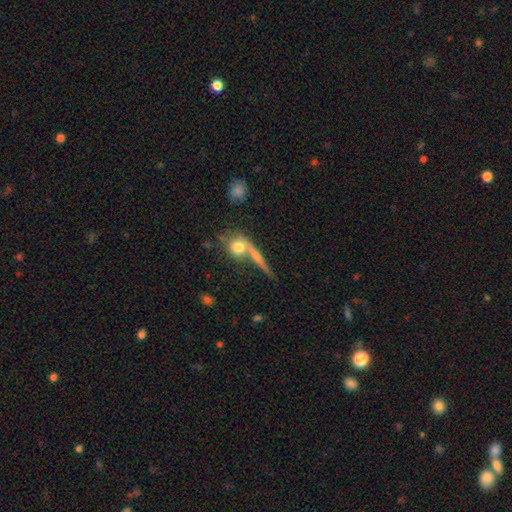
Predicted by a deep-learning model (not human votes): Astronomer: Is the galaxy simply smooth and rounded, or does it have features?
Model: smooth — 47% (runner-up: featured or disk, 43%).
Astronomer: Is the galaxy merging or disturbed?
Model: none — 56%.